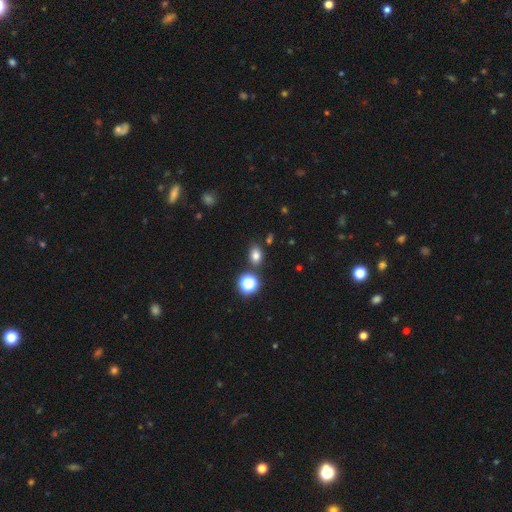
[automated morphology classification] Q: Smooth or featured?
A: smooth (75%); runner-up: star or artifact (18%)
Q: How rounded?
A: in between (65%); runner-up: round (34%)
Q: Merging?
A: none (79%); runner-up: minor disturbance (11%)